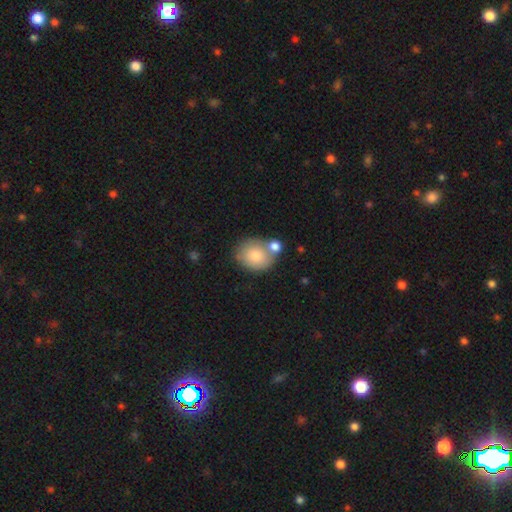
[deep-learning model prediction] The model was most divided on "merging": none: 48%, merger: 31%, minor disturbance: 16%, major disturbance: 5%. More confident: smooth or featured — smooth (81%); how rounded — round (58%).